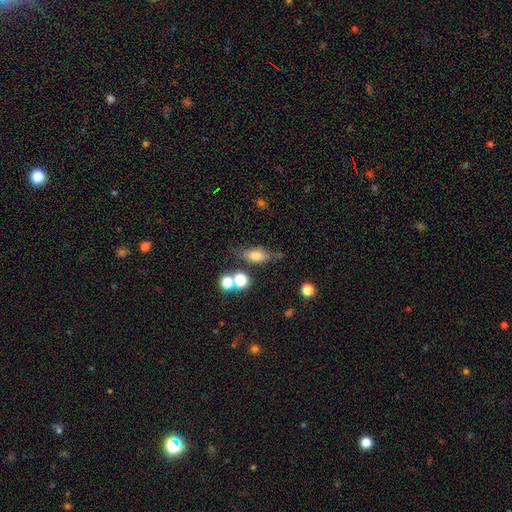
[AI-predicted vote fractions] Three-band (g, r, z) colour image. It shows a smooth galaxy with no disk features (67%) that is in between round and cigar-shaped (71%). Merging: none (59%).